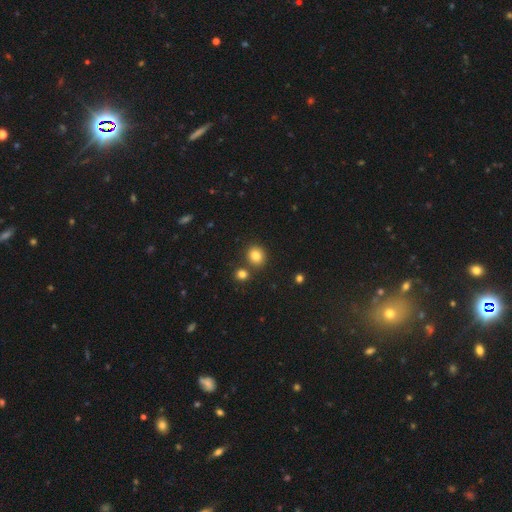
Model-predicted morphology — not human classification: Overall: smooth (83%). How rounded: round (77%). Merging: none (79%).